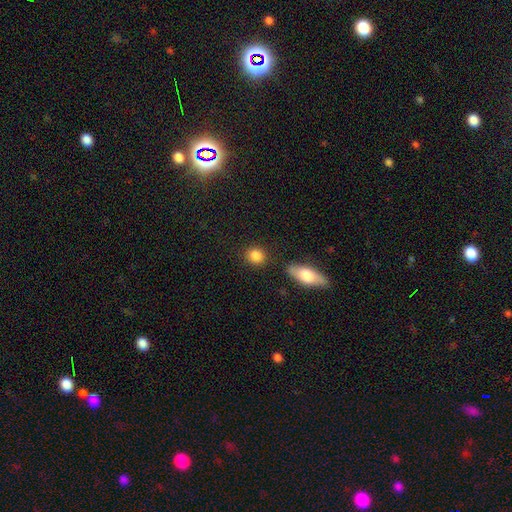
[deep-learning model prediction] Q: Smooth or featured?
A: smooth (86%); runner-up: star or artifact (8%)
Q: How rounded?
A: round (79%); runner-up: in between (19%)
Q: Merging?
A: none (83%); runner-up: minor disturbance (9%)